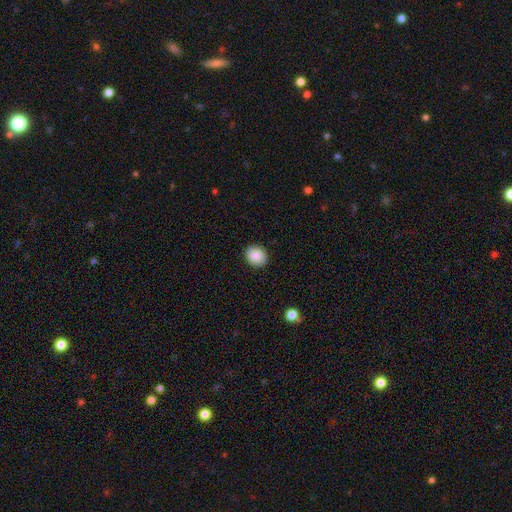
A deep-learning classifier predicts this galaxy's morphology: Smooth or featured: smooth — 89% (star or artifact — 8%)
How rounded: round — 67% (in between — 32%)
Merging: none — 90% (minor disturbance — 7%)